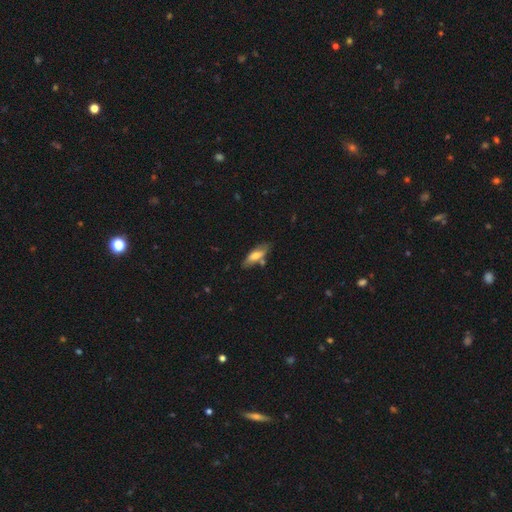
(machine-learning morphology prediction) The model was most divided on "how rounded": in between: 57%, cigar-shaped: 41%, round: 2%. More confident: merging — none (70%); smooth or featured — smooth (61%).